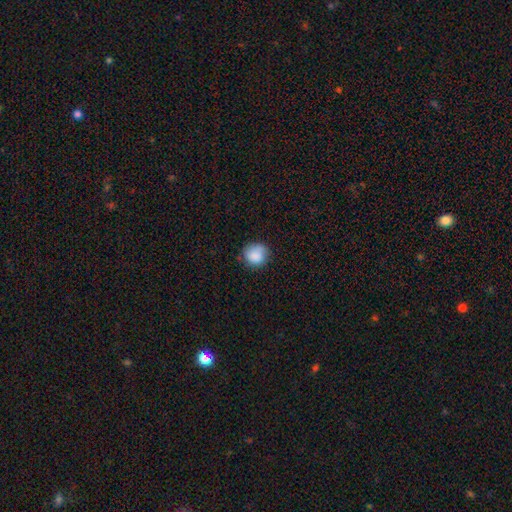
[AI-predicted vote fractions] A smooth galaxy with no disk features (86%) that is round (83%).

Vote fractions:
- Smooth or featured? smooth: 86% / star or artifact: 8% / featured or disk: 6%
- How rounded? round: 83% / in between: 16% / cigar-shaped: 1%
- Merging? none: 71% / minor disturbance: 22% / major disturbance: 5% / merger: 2%